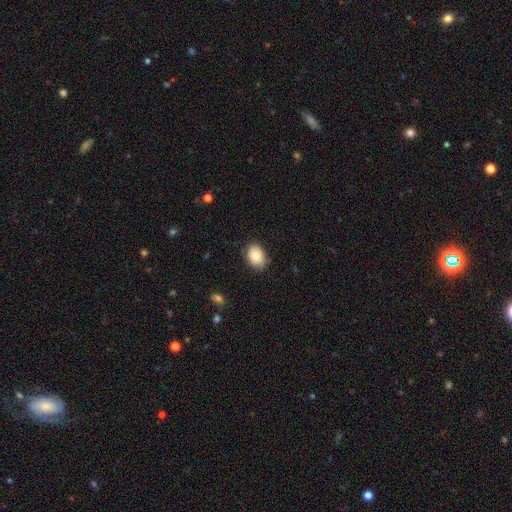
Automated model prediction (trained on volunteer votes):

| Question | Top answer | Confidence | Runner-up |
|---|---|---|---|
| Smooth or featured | smooth | 84% | featured or disk (8%) |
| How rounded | in between | 76% | round (23%) |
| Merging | none | 80% | minor disturbance (16%) |